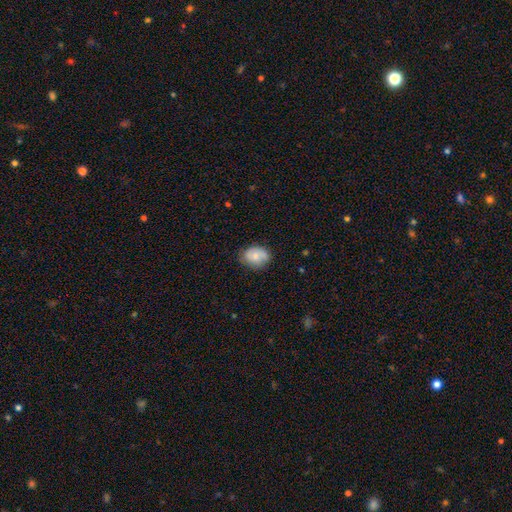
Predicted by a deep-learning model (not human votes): Overall: smooth (68%). How rounded: in between (62%; round 37%). Merging: none (73%).